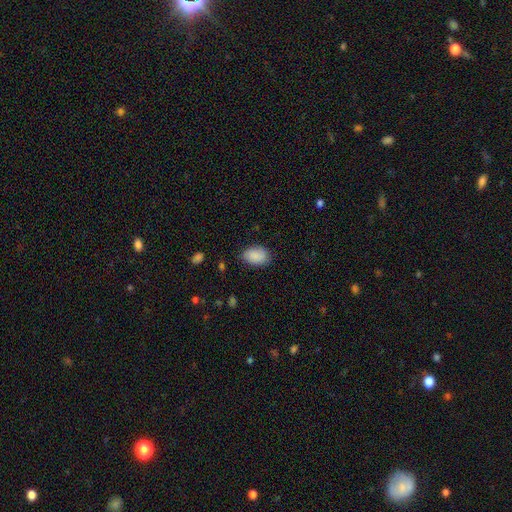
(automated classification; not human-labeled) smooth 89%, star or artifact 7%, featured or disk 4%. Down the decision tree: how rounded — in between (88%); merging — none (81%).